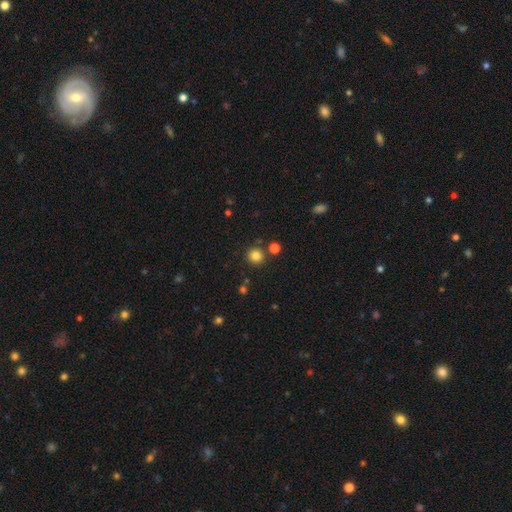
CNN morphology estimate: The model was most divided on "smooth or featured": smooth: 82%, star or artifact: 13%, featured or disk: 5%. More confident: how rounded — round (93%); merging — none (85%).